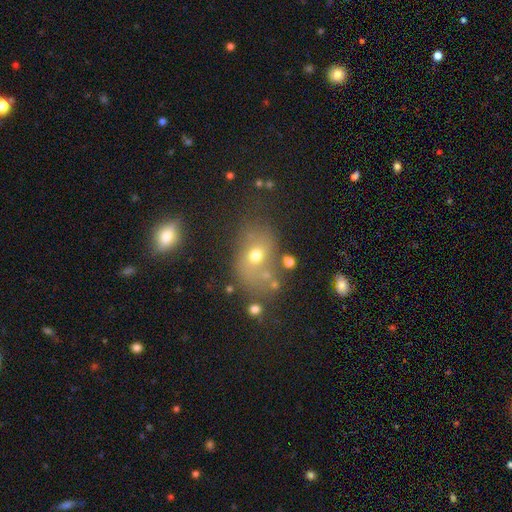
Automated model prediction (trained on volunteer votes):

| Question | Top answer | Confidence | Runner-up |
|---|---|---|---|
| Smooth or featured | smooth | 58% | featured or disk (24%) |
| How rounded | in between | 65% | round (33%) |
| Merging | none | 56% | minor disturbance (19%) |